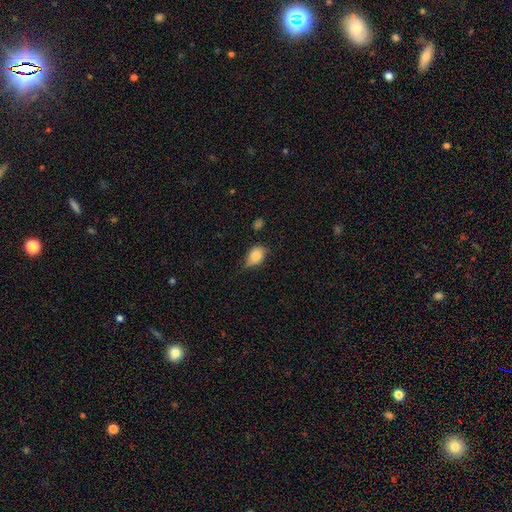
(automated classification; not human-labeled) Smooth or featured?
  - smooth: 79% *
  - featured or disk: 11%
  - star or artifact: 9%
How rounded?
  - in between: 72% *
  - round: 26%
  - cigar-shaped: 2%
Merging?
  - none: 44% *
  - minor disturbance: 42%
  - major disturbance: 11%
  - merger: 3%